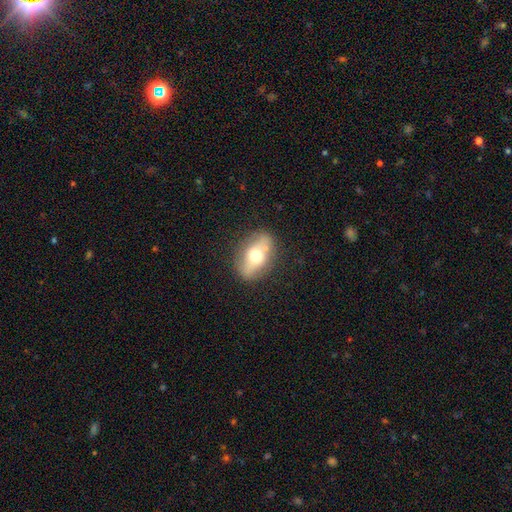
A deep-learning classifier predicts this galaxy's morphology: A smooth galaxy with no disk features (47%). Merging: none (77%).